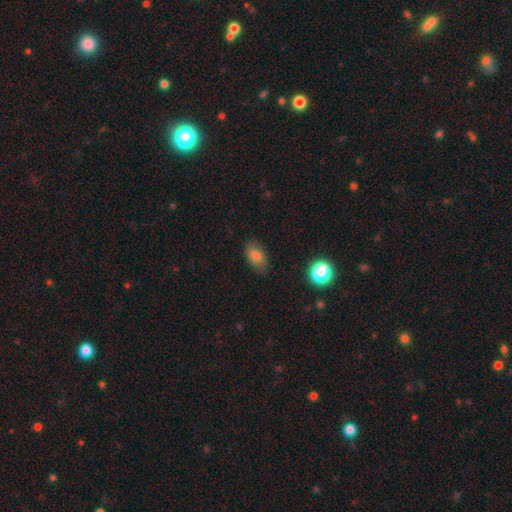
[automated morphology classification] smooth-or-featured: smooth: 80% | star or artifact: 10% | featured or disk: 10%
  how-rounded: in between: 90% | round: 8% | cigar-shaped: 3%
  merging: none: 77% | minor disturbance: 18% | major disturbance: 4% | merger: 1%